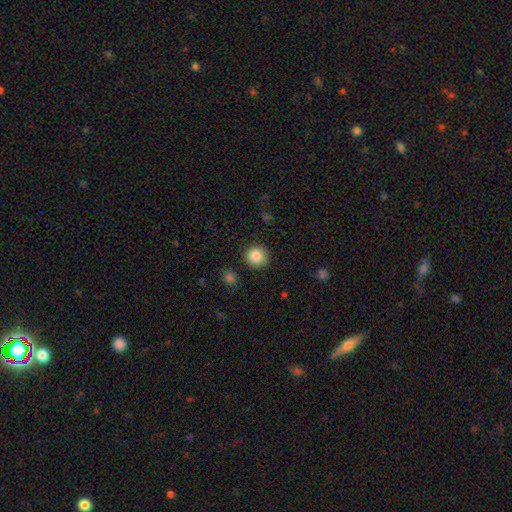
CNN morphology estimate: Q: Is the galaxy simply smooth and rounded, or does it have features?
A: smooth — 87%.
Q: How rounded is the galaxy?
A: round — 93%.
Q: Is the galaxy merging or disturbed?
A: none — 89%.